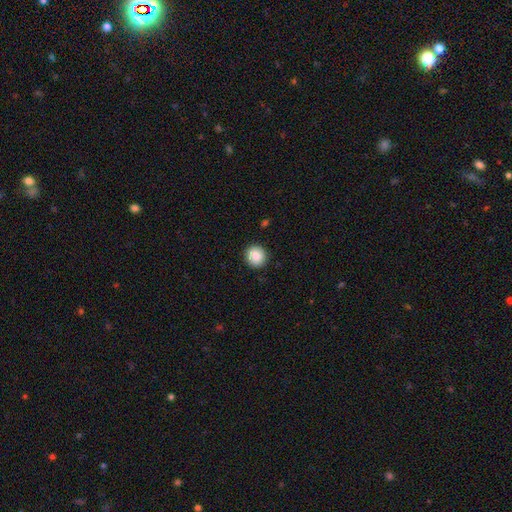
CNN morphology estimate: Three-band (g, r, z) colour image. It shows a smooth galaxy with no disk features (86%) that is round (92%). Merging: none (91%).